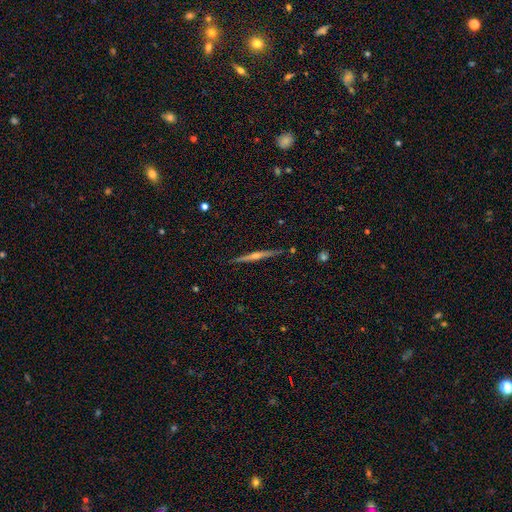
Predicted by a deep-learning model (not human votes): A featured or disk galaxy (81%) viewed edge-on (98%) with a rounded central bulge (86%). Merging: none (91%).